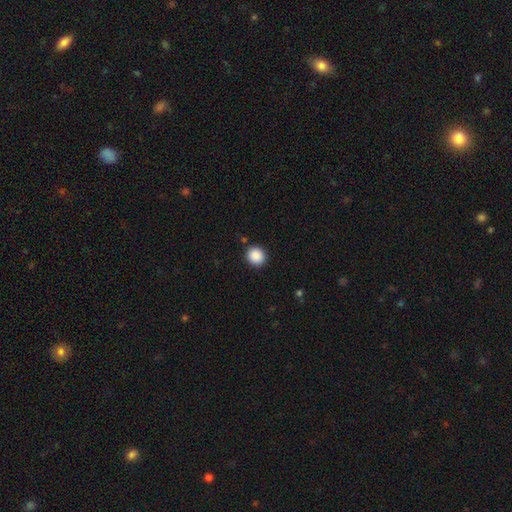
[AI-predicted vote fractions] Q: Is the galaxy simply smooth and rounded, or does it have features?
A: smooth — 89%.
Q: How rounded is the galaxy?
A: round — 84%.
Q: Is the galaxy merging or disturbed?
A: none — 89%.